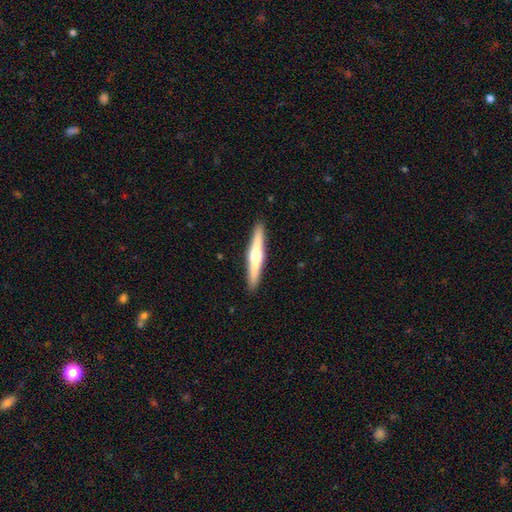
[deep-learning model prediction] Smooth or featured: featured or disk — 56% (smooth — 39%)
Edge-on disk: yes — 97% (no — 3%)
Edge-on bulge: rounded — 89% (none — 7%)
Merging: none — 92% (minor disturbance — 6%)